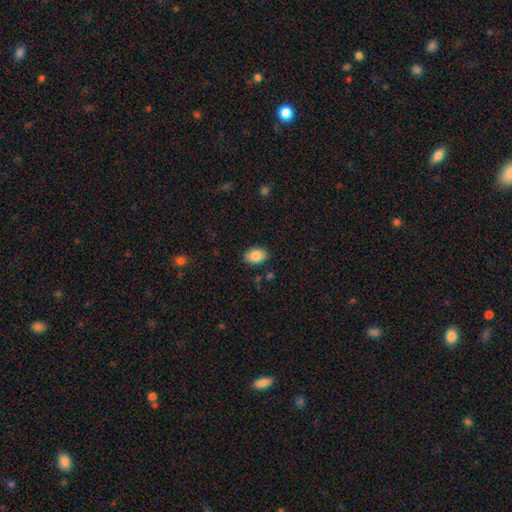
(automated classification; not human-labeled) Smooth or featured? smooth (87%)
How rounded? in between (85%)
Merging? none (86%)